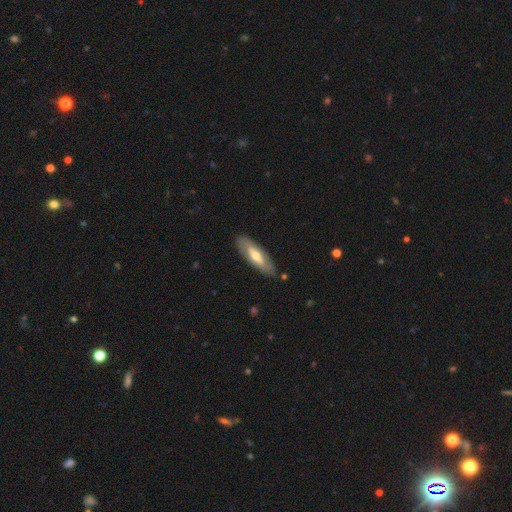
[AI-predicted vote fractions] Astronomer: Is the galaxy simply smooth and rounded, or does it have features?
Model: featured or disk — 50% (runner-up: smooth, 45%).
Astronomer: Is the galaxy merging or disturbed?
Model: none — 85%.